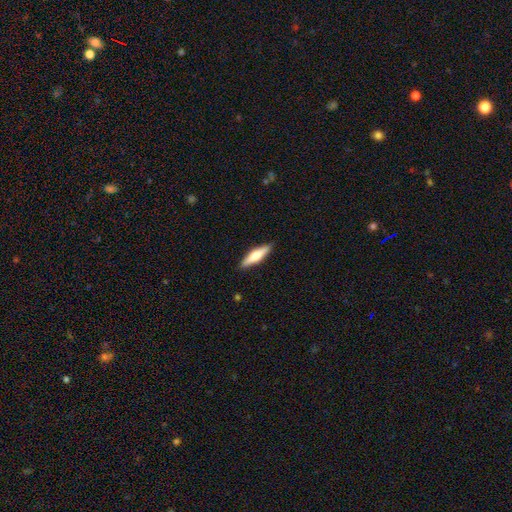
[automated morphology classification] Q: Smooth or featured?
A: smooth (53%); runner-up: featured or disk (42%)
Q: How rounded?
A: cigar-shaped (71%); runner-up: in between (27%)
Q: Merging?
A: none (89%); runner-up: minor disturbance (8%)